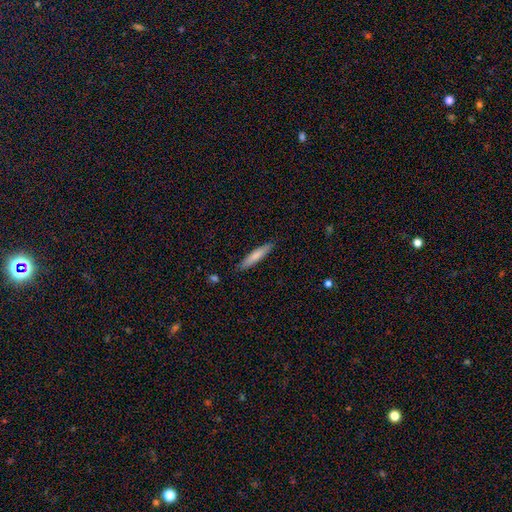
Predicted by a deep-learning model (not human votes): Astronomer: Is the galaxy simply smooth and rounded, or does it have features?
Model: smooth — 75%.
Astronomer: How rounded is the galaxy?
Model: cigar-shaped — 89%.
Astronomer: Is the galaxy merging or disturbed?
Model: none — 88%.